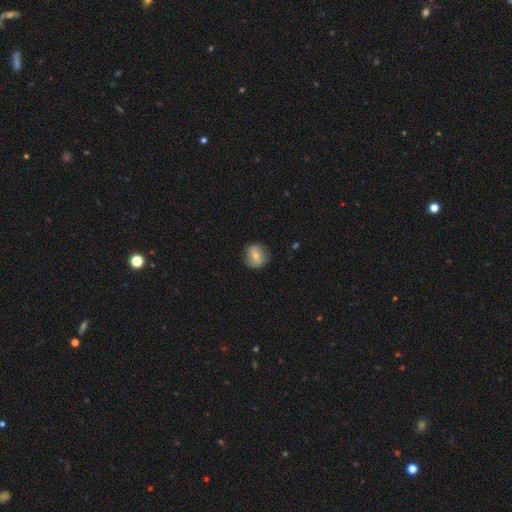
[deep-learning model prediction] A smooth galaxy with no disk features (63%) that is round (81%).

Vote fractions:
- Smooth or featured? smooth: 63% / featured or disk: 29% / star or artifact: 9%
- How rounded? round: 81% / in between: 18% / cigar-shaped: 1%
- Merging? none: 80% / minor disturbance: 15% / major disturbance: 4% / merger: 1%